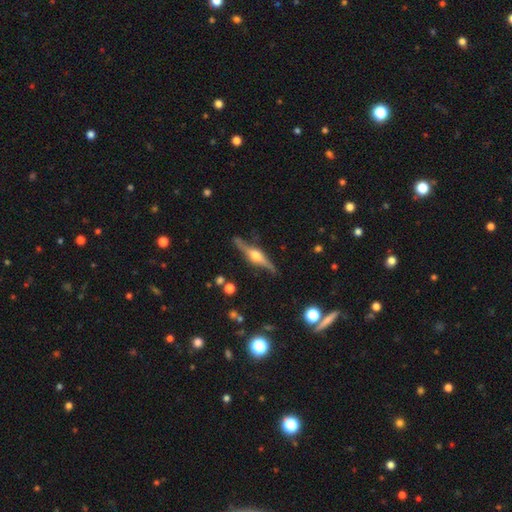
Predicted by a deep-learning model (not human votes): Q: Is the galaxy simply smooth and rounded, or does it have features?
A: featured or disk — 84%.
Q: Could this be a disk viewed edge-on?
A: yes — 95%.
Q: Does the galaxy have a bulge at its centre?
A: rounded — 92%.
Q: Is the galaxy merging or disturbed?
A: none — 84%.